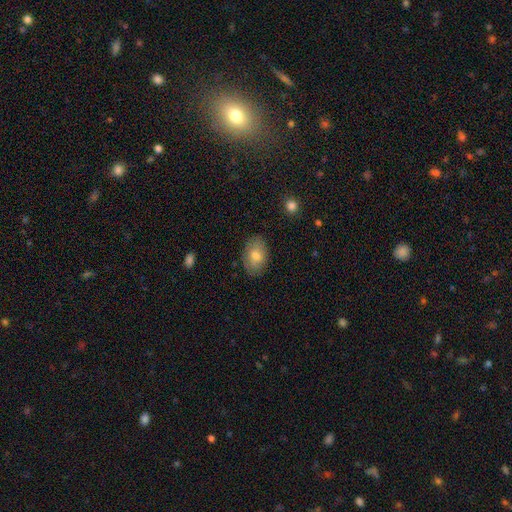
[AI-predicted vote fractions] Q: Smooth or featured?
A: smooth (72%); runner-up: featured or disk (20%)
Q: How rounded?
A: in between (87%); runner-up: round (12%)
Q: Merging?
A: none (83%); runner-up: minor disturbance (13%)